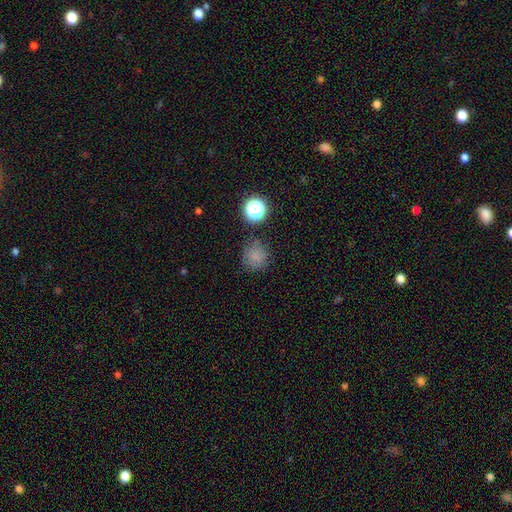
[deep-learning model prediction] Smooth or featured?
  - smooth: 75% *
  - star or artifact: 17%
  - featured or disk: 7%
How rounded?
  - round: 91% *
  - in between: 8%
  - cigar-shaped: 1%
Merging?
  - none: 78% *
  - minor disturbance: 14%
  - major disturbance: 5%
  - merger: 4%